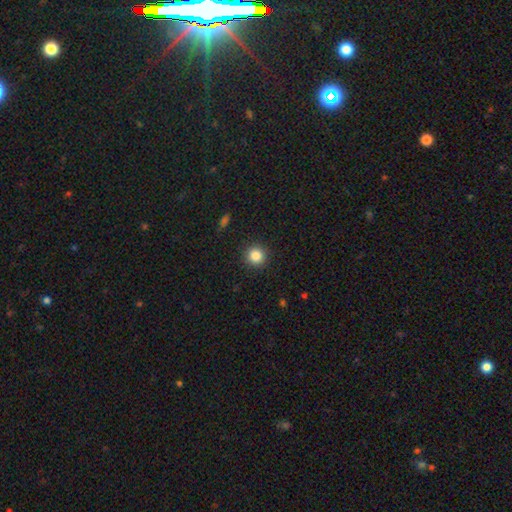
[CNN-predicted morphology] This appears to be a smooth galaxy with no disk features (85%) that is round (94%). Merging: none (92%).